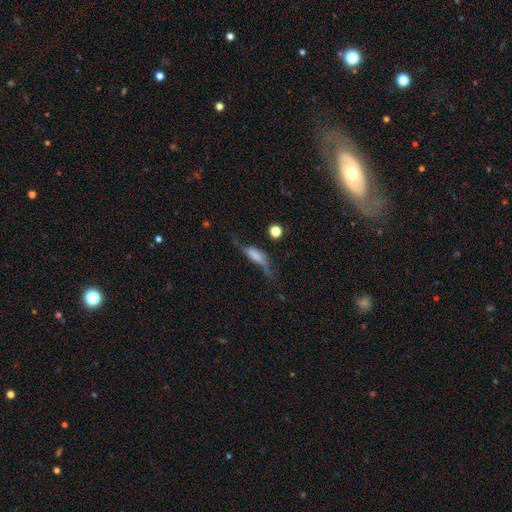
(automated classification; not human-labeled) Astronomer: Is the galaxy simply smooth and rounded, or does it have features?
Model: featured or disk — 50% (runner-up: smooth, 40%).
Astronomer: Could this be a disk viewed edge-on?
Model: no — 61% (runner-up: yes, 39%).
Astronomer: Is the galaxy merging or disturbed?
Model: none — 38% (runner-up: major disturbance, 31%).